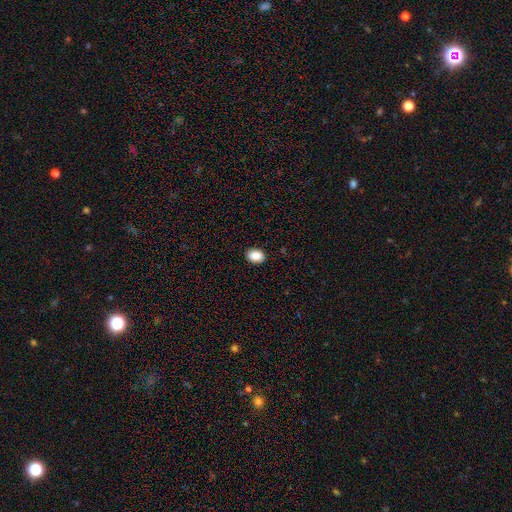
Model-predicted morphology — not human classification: Overall: smooth (88%). How rounded: in between (71%). Merging: none (91%).